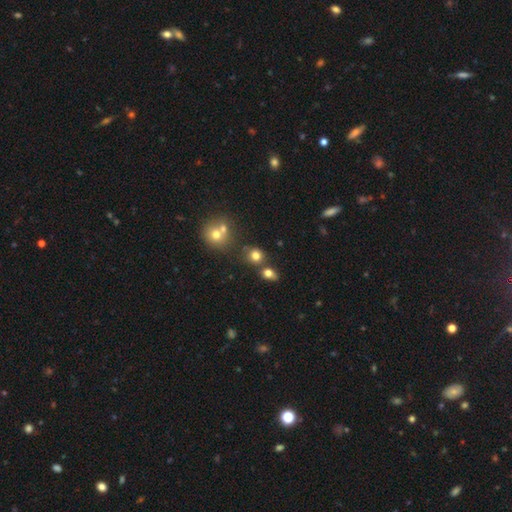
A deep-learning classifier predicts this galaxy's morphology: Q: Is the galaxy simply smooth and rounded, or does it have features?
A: smooth — 76%.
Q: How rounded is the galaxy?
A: round — 82%.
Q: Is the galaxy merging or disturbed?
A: none — 65%.